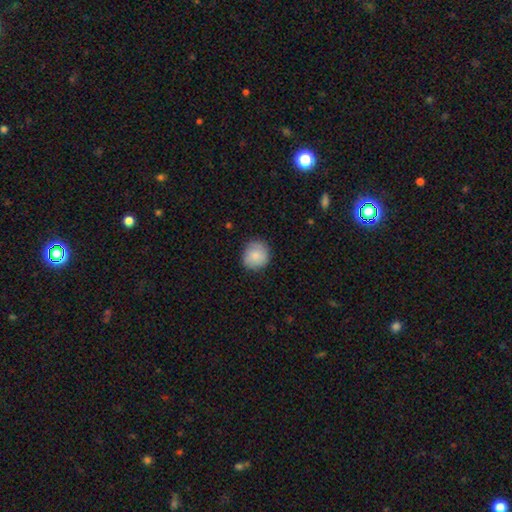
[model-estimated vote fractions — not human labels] Q: Smooth or featured?
A: smooth (84%); runner-up: featured or disk (9%)
Q: How rounded?
A: round (87%); runner-up: in between (12%)
Q: Merging?
A: none (84%); runner-up: minor disturbance (13%)